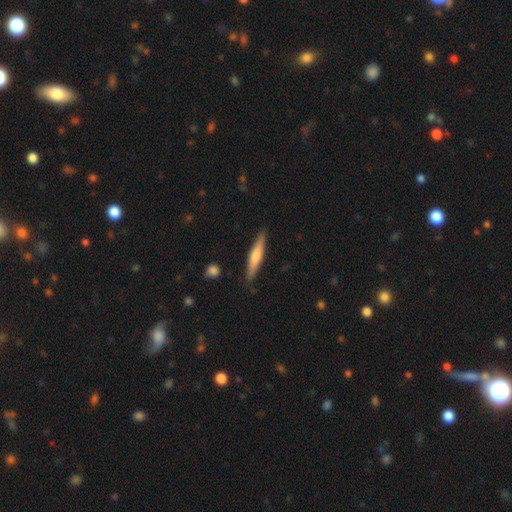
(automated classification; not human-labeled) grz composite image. It shows a smooth galaxy with no disk features (55%) that is cigar-shaped (90%). Merging: none (87%).